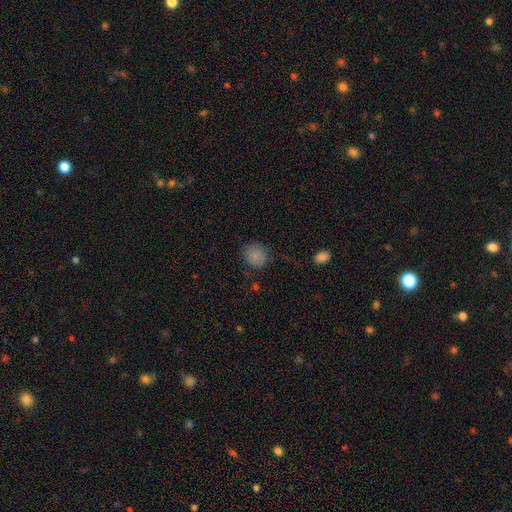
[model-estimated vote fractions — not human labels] Smooth or featured?
  - smooth: 83% *
  - star or artifact: 10%
  - featured or disk: 7%
How rounded?
  - round: 82% *
  - in between: 17%
  - cigar-shaped: 1%
Merging?
  - none: 81% *
  - minor disturbance: 14%
  - major disturbance: 4%
  - merger: 1%